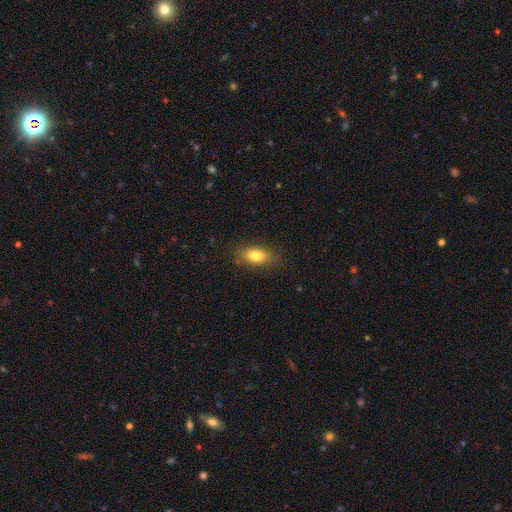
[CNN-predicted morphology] This is likely a smooth galaxy (78%). How rounded: clearly in between (83%). Merging: clearly none (83%).